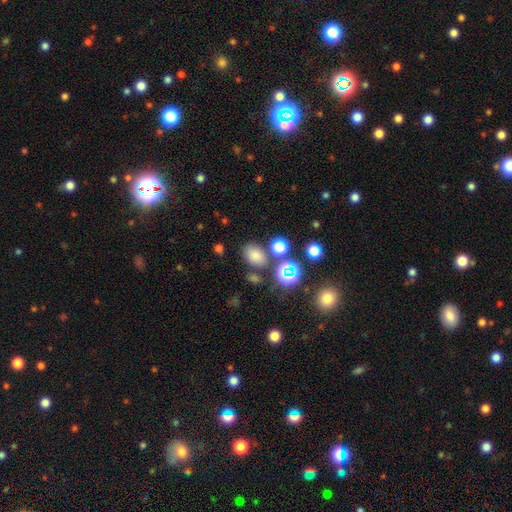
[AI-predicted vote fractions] This appears to be a smooth galaxy with no disk features (75%) that is in between round and cigar-shaped (69%). Merging: none (71%).